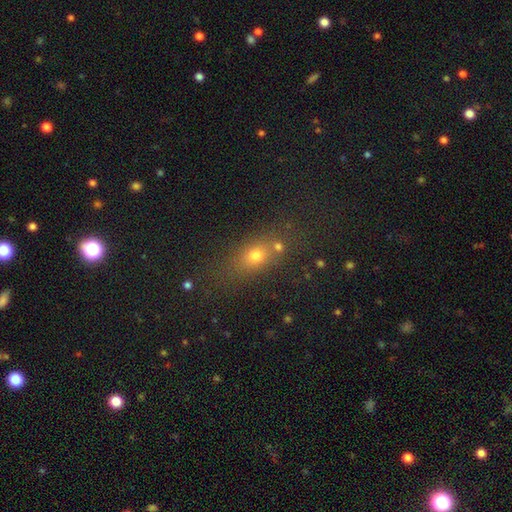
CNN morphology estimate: Smooth or featured? smooth (66%)
How rounded? in between (53%)
Merging? none (62%)